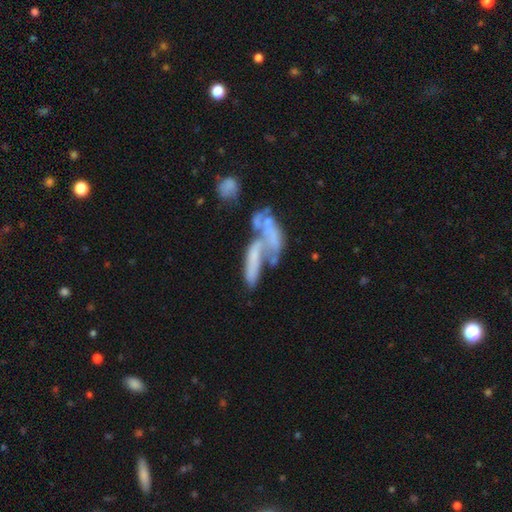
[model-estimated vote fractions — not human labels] A featured or disk galaxy (52%). Merging: merger (60%).